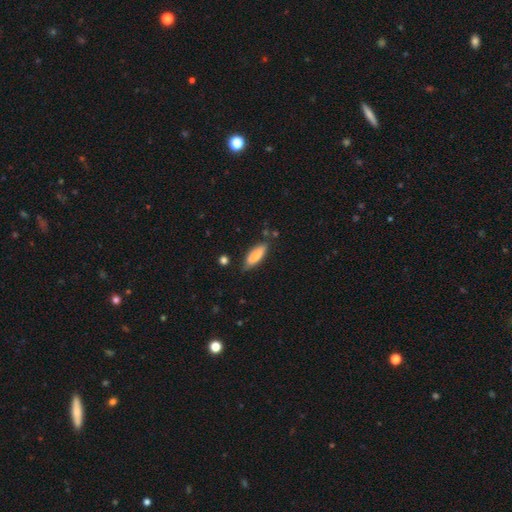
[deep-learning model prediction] smooth_or_featured: smooth (p=0.77) [alt: featured or disk p=0.17]
how_rounded: in between (p=0.61) [alt: cigar-shaped p=0.37]
merging: none (p=0.74) [alt: minor disturbance p=0.20]